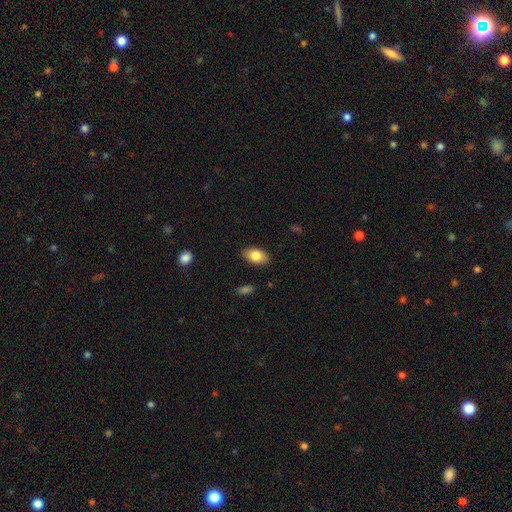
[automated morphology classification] A smooth galaxy with no disk features (81%) that is in between round and cigar-shaped (92%).

Vote fractions:
- Smooth or featured? smooth: 81% / featured or disk: 12% / star or artifact: 7%
- How rounded? in between: 92% / round: 6% / cigar-shaped: 2%
- Merging? none: 87% / minor disturbance: 10% / major disturbance: 2% / merger: 1%